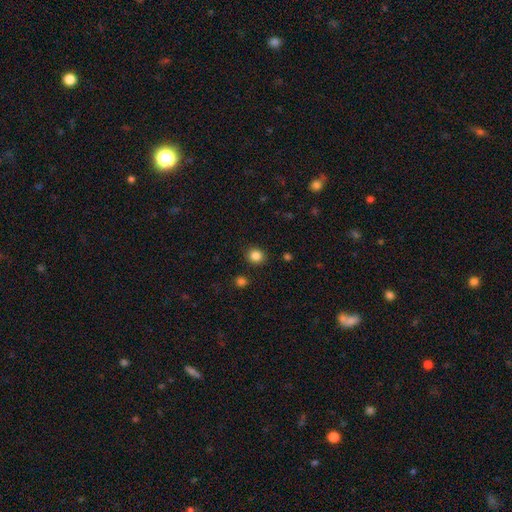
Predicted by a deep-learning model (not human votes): The model was most divided on "how rounded": round: 82%, in between: 17%, cigar-shaped: 1%. More confident: merging — none (90%); smooth or featured — smooth (85%).